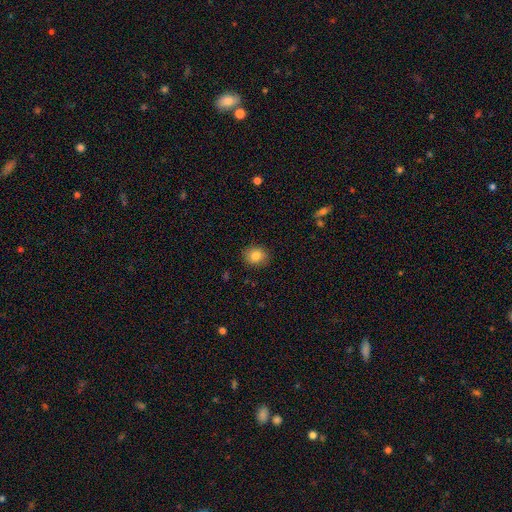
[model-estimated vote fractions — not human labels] Smooth or featured: smooth — 82% (star or artifact — 10%)
How rounded: round — 65% (in between — 34%)
Merging: none — 88% (minor disturbance — 9%)